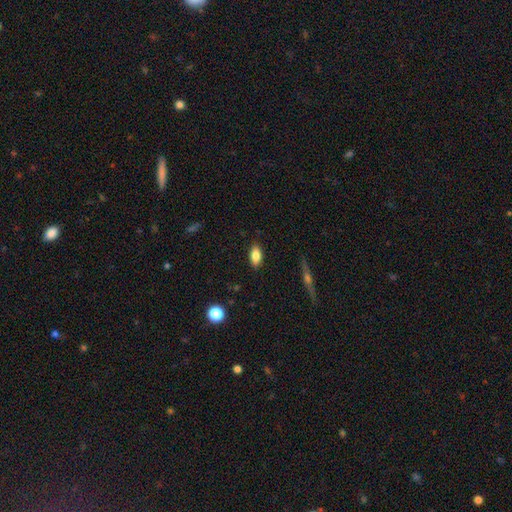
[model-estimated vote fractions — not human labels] Smooth or featured? Predicted: smooth (p=0.83). How rounded? Predicted: in between (p=0.89). Merging? Predicted: none (p=0.87).